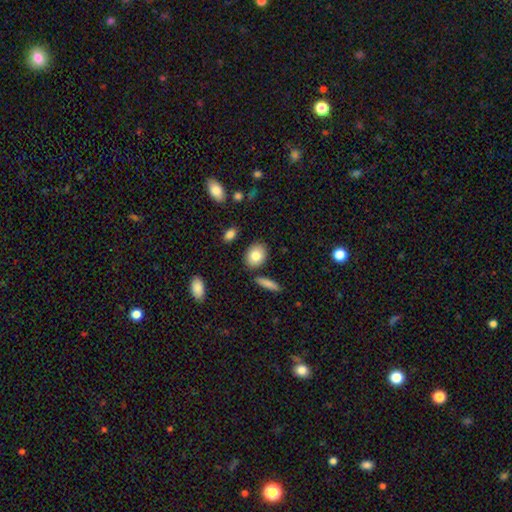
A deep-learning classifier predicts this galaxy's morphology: This is clearly a smooth galaxy (82%). How rounded: likely in between (68%). Merging: clearly none (85%).